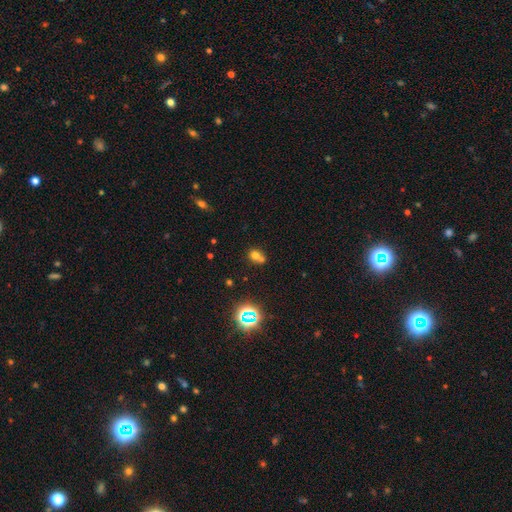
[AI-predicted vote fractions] Smooth or featured?
  - smooth: 66% *
  - star or artifact: 20%
  - featured or disk: 14%
How rounded?
  - round: 68% *
  - in between: 31%
  - cigar-shaped: 1%
Merging?
  - merger: 48% *
  - none: 40%
  - minor disturbance: 8%
  - major disturbance: 4%